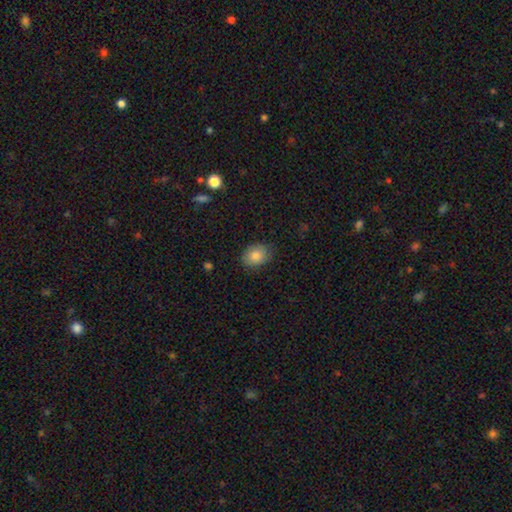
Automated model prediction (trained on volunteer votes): smooth-or-featured: smooth: 84% | featured or disk: 8% | star or artifact: 8%
  how-rounded: in between: 60% | round: 39% | cigar-shaped: 1%
  merging: none: 83% | minor disturbance: 13% | major disturbance: 3% | merger: 1%